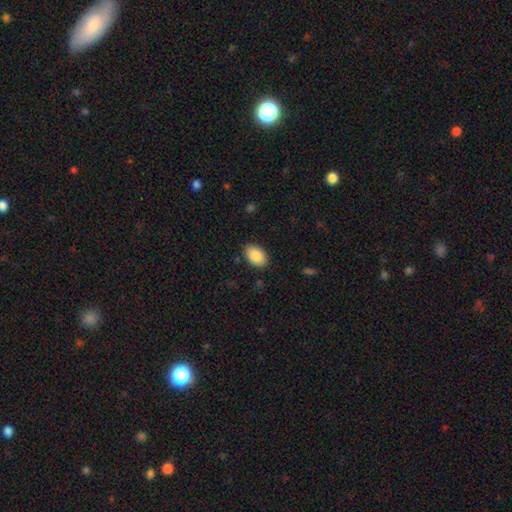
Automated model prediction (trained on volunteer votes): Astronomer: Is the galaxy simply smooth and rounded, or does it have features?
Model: smooth — 89%.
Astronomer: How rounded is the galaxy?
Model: in between — 91%.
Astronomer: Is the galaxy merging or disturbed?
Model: none — 85%.